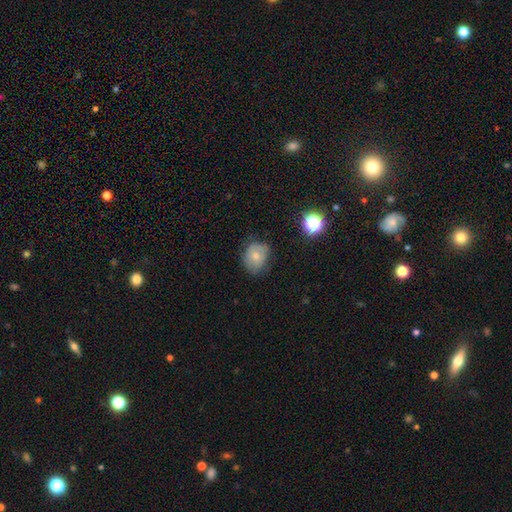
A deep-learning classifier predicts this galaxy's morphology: A smooth galaxy with no disk features (68%) that is round (65%).

Vote fractions:
- Smooth or featured? smooth: 68% / featured or disk: 21% / star or artifact: 10%
- How rounded? round: 65% / in between: 34% / cigar-shaped: 1%
- Merging? none: 64% / minor disturbance: 28% / major disturbance: 6% / merger: 2%